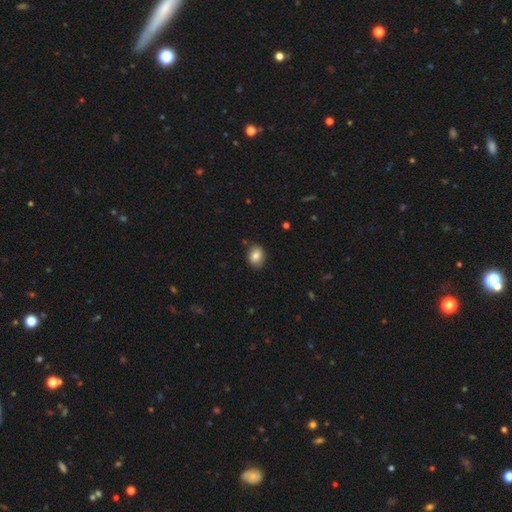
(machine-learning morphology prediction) This is clearly a smooth galaxy (83%). How rounded: possibly in between (55%). Merging: clearly none (84%).